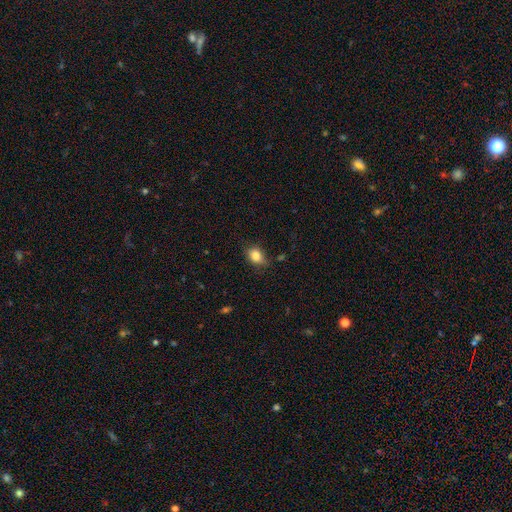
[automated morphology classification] A smooth galaxy with no disk features (84%) that is in between round and cigar-shaped (69%). Merging: none (70%).